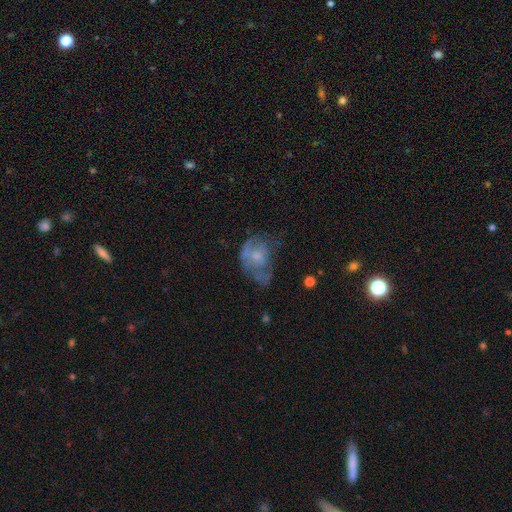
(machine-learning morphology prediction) A featured or disk galaxy (49%).

Vote fractions:
- Smooth or featured? featured or disk: 49% / smooth: 41% / star or artifact: 9%
- Merging? major disturbance: 40% / none: 30% / minor disturbance: 26% / merger: 4%